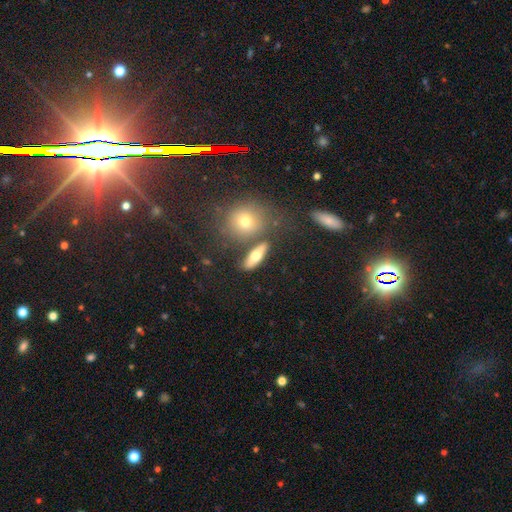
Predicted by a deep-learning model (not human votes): smooth_or_featured: smooth (p=0.64) [alt: featured or disk p=0.26]
how_rounded: in between (p=0.51) [alt: cigar-shaped p=0.37]
merging: none (p=0.73) [alt: minor disturbance p=0.11]